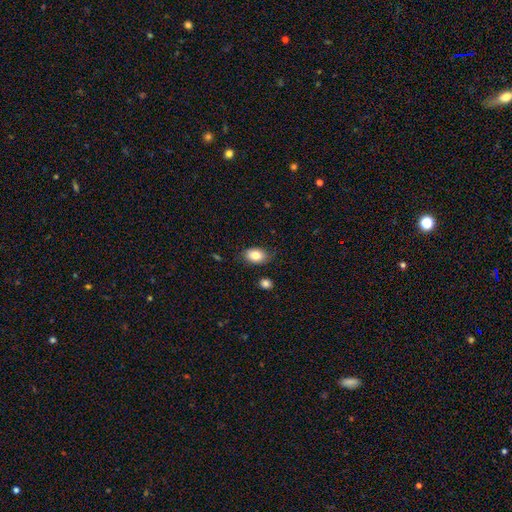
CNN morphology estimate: Smooth or featured? smooth (83%)
How rounded? in between (84%)
Merging? none (79%)